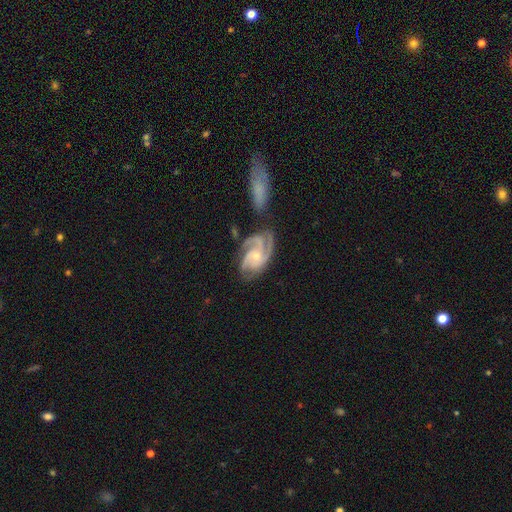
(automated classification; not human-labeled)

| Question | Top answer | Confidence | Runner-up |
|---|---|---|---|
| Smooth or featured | featured or disk | 90% | smooth (6%) |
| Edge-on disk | no | 98% | yes (2%) |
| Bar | no | 66% | weak (27%) |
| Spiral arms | yes | 98% | no (2%) |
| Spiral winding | medium | 46% | tight (45%) |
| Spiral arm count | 3 | 64% | 4 (12%) |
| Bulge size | small | 60% | moderate (37%) |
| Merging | none | 57% | minor disturbance (23%) |